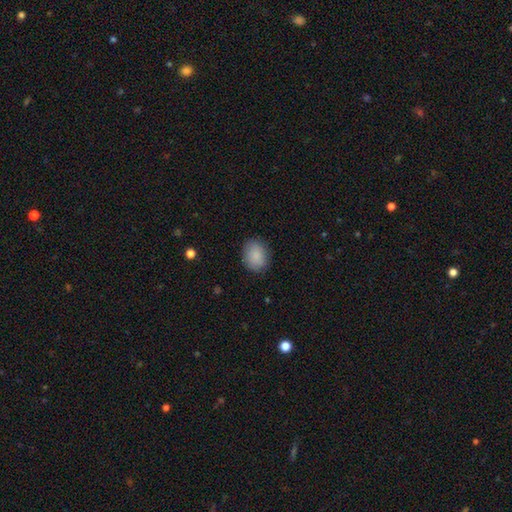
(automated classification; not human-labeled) Q: Smooth or featured?
A: smooth (88%); runner-up: star or artifact (7%)
Q: How rounded?
A: in between (51%); runner-up: round (48%)
Q: Merging?
A: none (83%); runner-up: minor disturbance (13%)